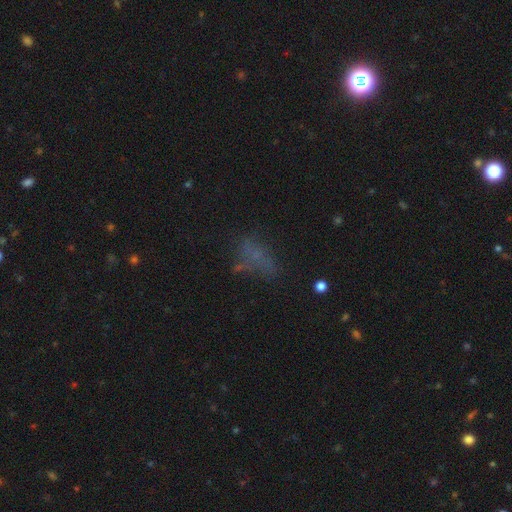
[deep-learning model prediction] smooth_or_featured: smooth (p=0.45) [alt: featured or disk p=0.28]
merging: none (p=0.45) [alt: major disturbance p=0.27]